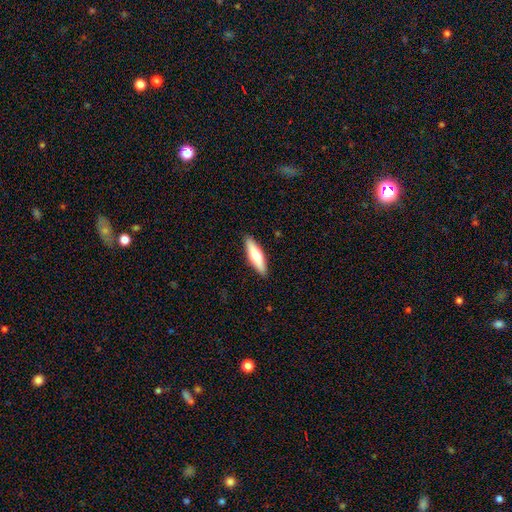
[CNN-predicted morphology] Smooth or featured?
  - smooth: 64% *
  - featured or disk: 31%
  - star or artifact: 5%
How rounded?
  - cigar-shaped: 63% *
  - in between: 35%
  - round: 2%
Merging?
  - none: 90% *
  - minor disturbance: 8%
  - major disturbance: 2%
  - merger: 1%